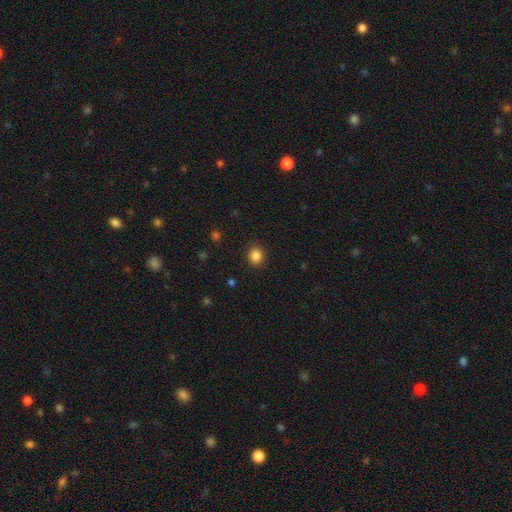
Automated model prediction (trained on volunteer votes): Smooth or featured? smooth (85%)
How rounded? round (76%)
Merging? none (89%)